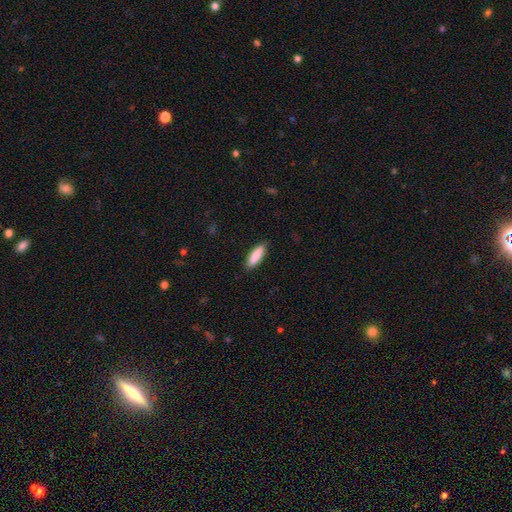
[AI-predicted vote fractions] Smooth or featured?
  - smooth: 88% *
  - featured or disk: 7%
  - star or artifact: 5%
How rounded?
  - cigar-shaped: 52% *
  - in between: 47%
  - round: 1%
Merging?
  - none: 89% *
  - minor disturbance: 9%
  - major disturbance: 2%
  - merger: 1%